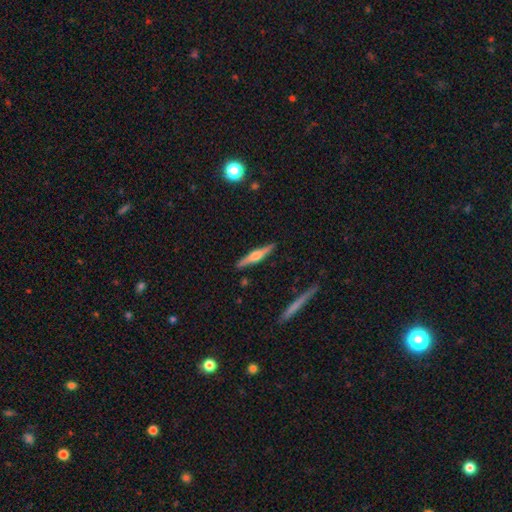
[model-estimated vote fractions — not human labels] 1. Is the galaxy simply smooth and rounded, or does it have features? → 69% featured or disk, 25% smooth, 5% star or artifact.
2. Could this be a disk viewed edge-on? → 98% yes, 2% no.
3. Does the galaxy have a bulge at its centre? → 90% rounded, 7% boxy, 3% none.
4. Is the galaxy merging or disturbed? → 90% none, 7% minor disturbance, 2% major disturbance, 2% merger.